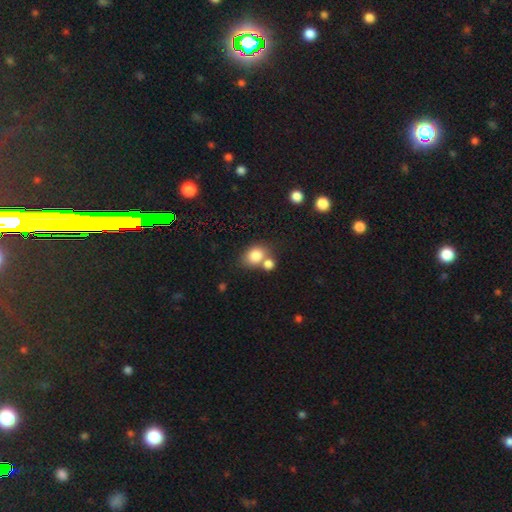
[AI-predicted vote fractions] Smooth or featured?
  - smooth: 82% *
  - star or artifact: 10%
  - featured or disk: 9%
How rounded?
  - in between: 51% *
  - round: 48%
  - cigar-shaped: 1%
Merging?
  - none: 50% *
  - merger: 36%
  - minor disturbance: 10%
  - major disturbance: 4%